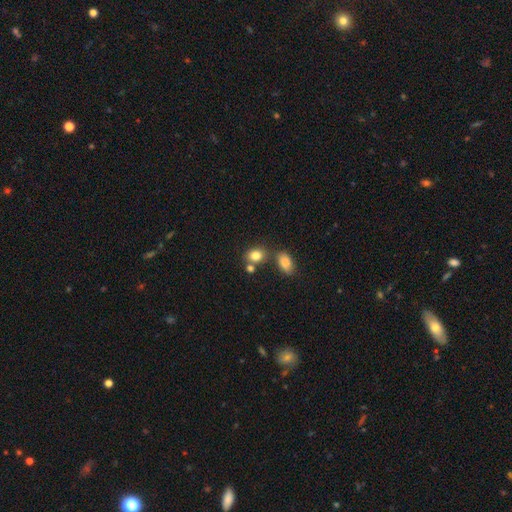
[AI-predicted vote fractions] Smooth or featured?
  - smooth: 82% *
  - star or artifact: 10%
  - featured or disk: 8%
How rounded?
  - in between: 57% *
  - round: 42%
  - cigar-shaped: 1%
Merging?
  - none: 58% *
  - merger: 25%
  - minor disturbance: 13%
  - major disturbance: 5%